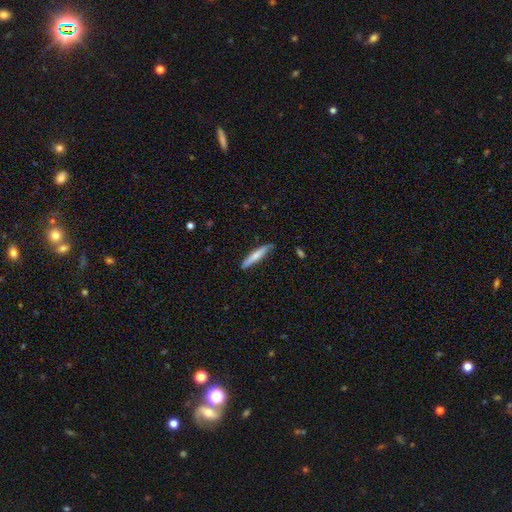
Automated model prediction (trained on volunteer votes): This is likely a smooth galaxy (67%). How rounded: clearly cigar-shaped (91%). Merging: clearly none (83%).